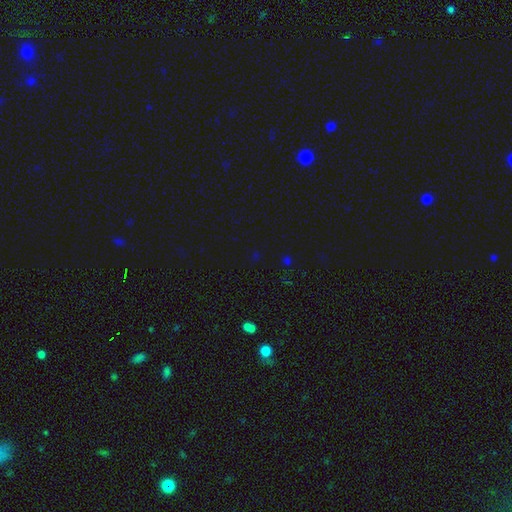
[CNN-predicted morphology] smooth_or_featured: star or artifact (p=0.67) [alt: smooth p=0.26]